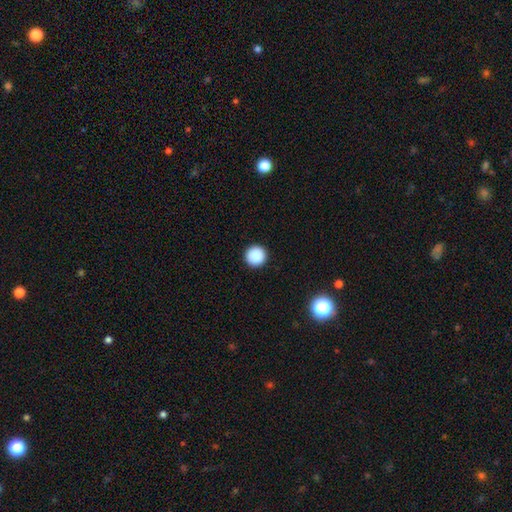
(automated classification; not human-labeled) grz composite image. It shows a smooth galaxy with no disk features (89%) that is round (96%). Merging: none (94%).